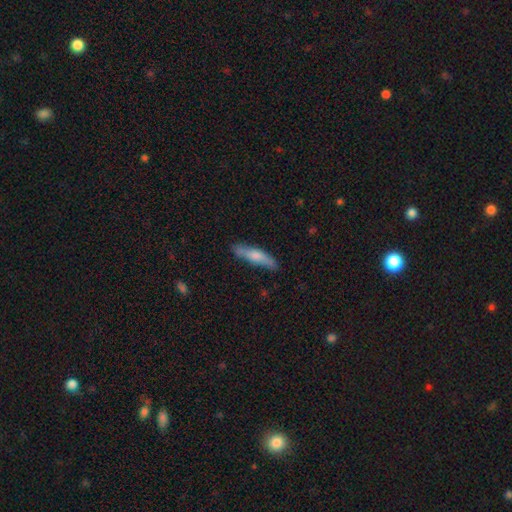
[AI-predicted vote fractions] A smooth galaxy with no disk features (64%) that is cigar-shaped (83%).

Vote fractions:
- Smooth or featured? smooth: 64% / featured or disk: 31% / star or artifact: 6%
- How rounded? cigar-shaped: 83% / in between: 15% / round: 2%
- Merging? none: 79% / minor disturbance: 16% / major disturbance: 3% / merger: 2%